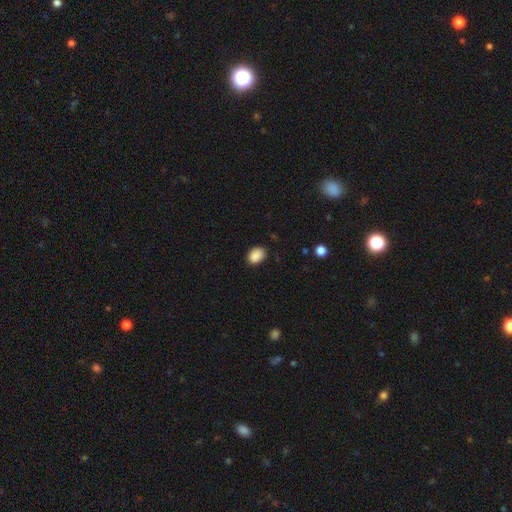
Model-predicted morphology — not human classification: Overall: smooth (89%). How rounded: in between (71%). Merging: none (82%).